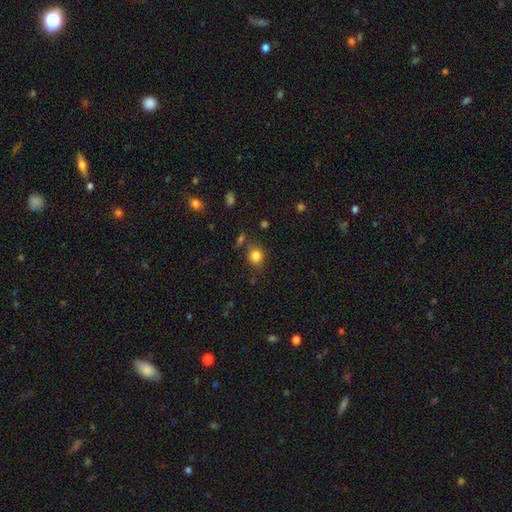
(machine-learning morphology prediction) Overall: smooth (83%). How rounded: round (72%). Merging: none (74%).